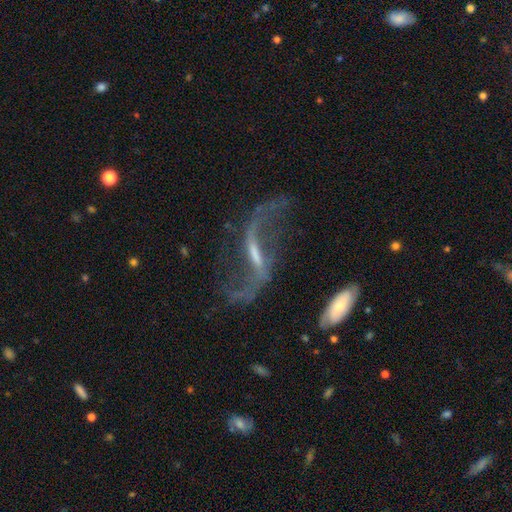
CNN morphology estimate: This appears to be a featured or disk galaxy (88%) with a strong bar (49%), 2 (93%) loose (88%) spiral arms (94%) and a small central bulge (48%). Merging: none (66%).